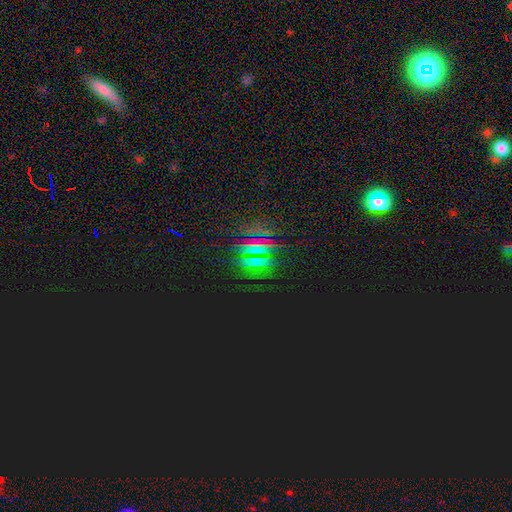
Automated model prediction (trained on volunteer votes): A star or artifact, not a galaxy (74%).